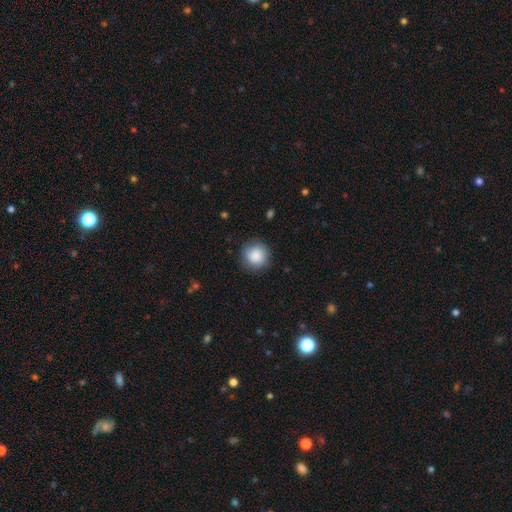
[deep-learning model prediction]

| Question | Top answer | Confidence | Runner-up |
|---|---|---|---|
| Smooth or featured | smooth | 88% | star or artifact (8%) |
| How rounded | round | 94% | in between (5%) |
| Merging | none | 88% | minor disturbance (9%) |